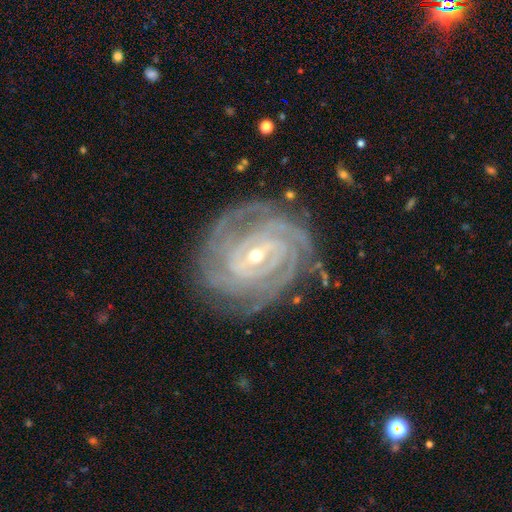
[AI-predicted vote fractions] Smooth or featured?
  - featured or disk: 92% *
  - star or artifact: 5%
  - smooth: 3%
Edge-on disk?
  - no: 97% *
  - yes: 3%
Bar?
  - weak: 44% *
  - strong: 32%
  - no: 24%
Spiral arms?
  - yes: 99% *
  - no: 1%
Spiral winding?
  - tight: 83% *
  - medium: 15%
  - loose: 2%
Spiral arm count?
  - 4: 28% *
  - 3: 24%
  - can't tell: 16%
  - 2: 15%
  - more than 4: 10%
  - 1: 7%
Bulge size?
  - small: 61% *
  - moderate: 37%
  - large: 1%
  - none: 1%
  - dominant: 1%
Merging?
  - none: 79% *
  - minor disturbance: 14%
  - major disturbance: 5%
  - merger: 1%